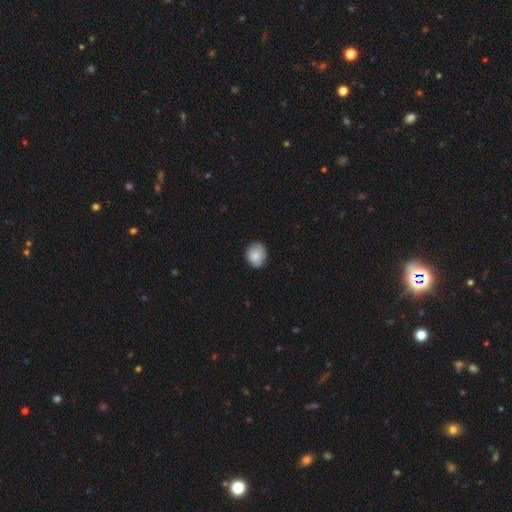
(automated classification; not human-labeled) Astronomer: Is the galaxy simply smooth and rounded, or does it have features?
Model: smooth — 84%.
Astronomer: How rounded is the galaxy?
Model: round — 65%.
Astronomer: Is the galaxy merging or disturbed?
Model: none — 80%.